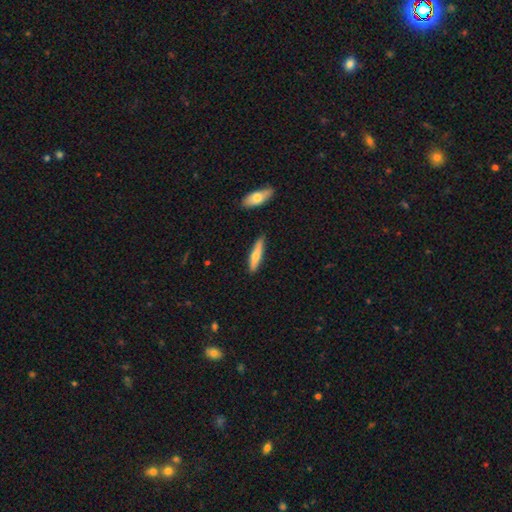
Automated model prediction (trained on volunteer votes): Smooth or featured: smooth — 62% (featured or disk — 33%)
How rounded: cigar-shaped — 80% (in between — 18%)
Merging: none — 85% (minor disturbance — 10%)